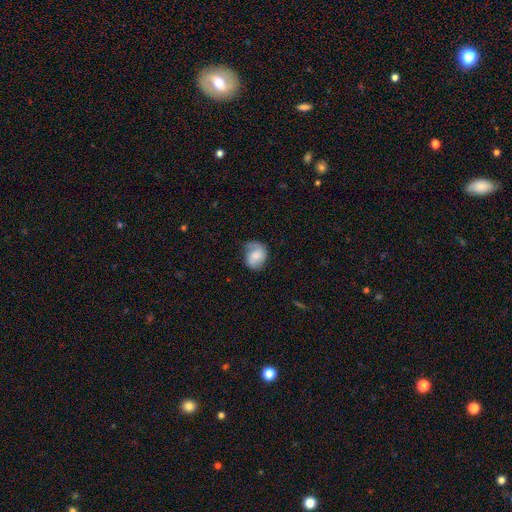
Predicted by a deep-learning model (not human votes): The model was most divided on "smooth or featured": featured or disk: 47%, smooth: 45%, star or artifact: 8%. More confident: merging — none (55%).